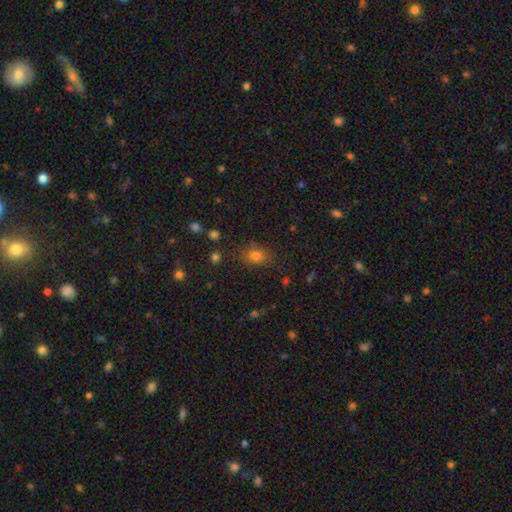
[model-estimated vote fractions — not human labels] This is likely a smooth galaxy (73%). How rounded: possibly in between (60%). Merging: likely none (79%).